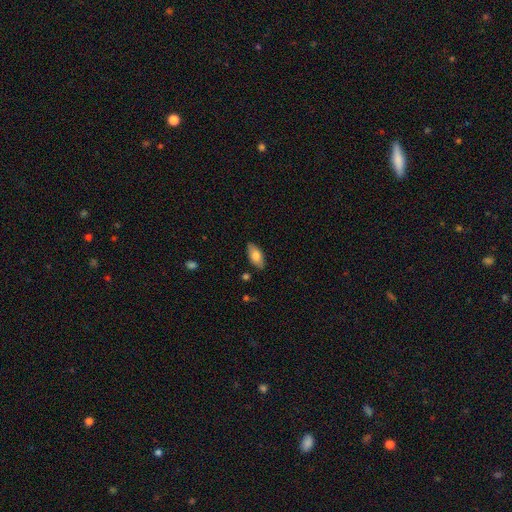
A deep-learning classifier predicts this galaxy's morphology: Overall: smooth (76%). How rounded: in between (89%). Merging: none (84%).